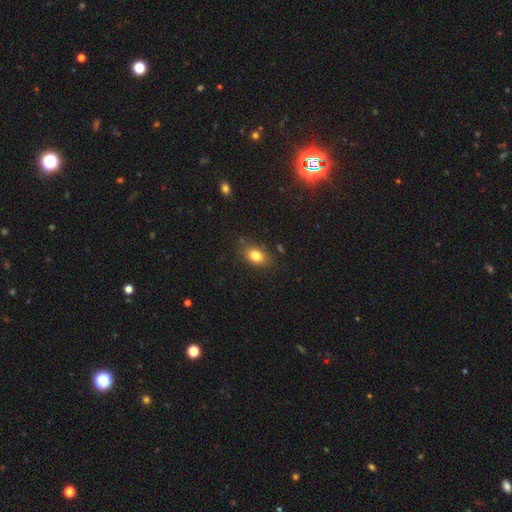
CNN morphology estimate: smooth 81%, featured or disk 9%, star or artifact 9%. Down the decision tree: how rounded — in between (81%); merging — none (80%).